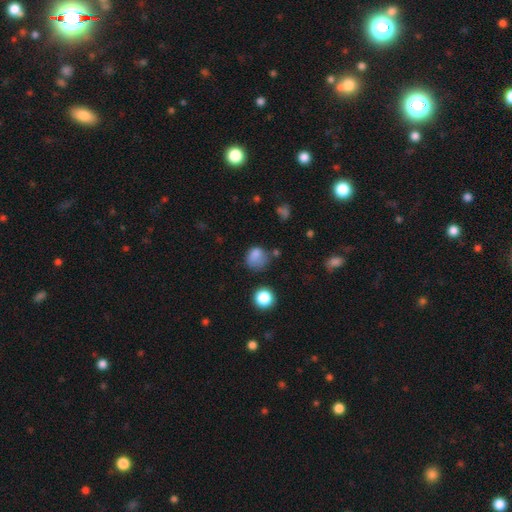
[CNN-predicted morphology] smooth_or_featured: smooth (p=0.78) [alt: star or artifact p=0.13]
how_rounded: round (p=0.70) [alt: in between p=0.28]
merging: none (p=0.47) [alt: minor disturbance p=0.29]